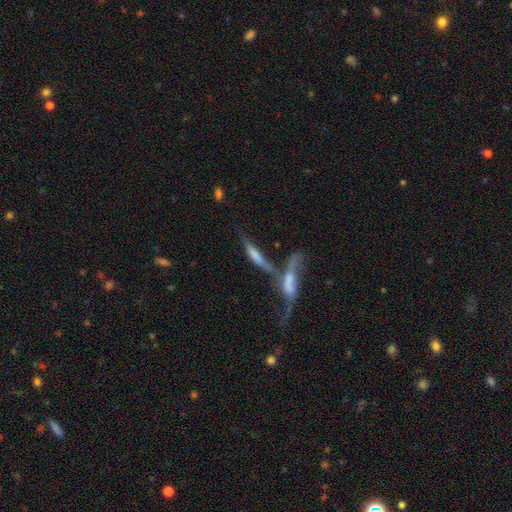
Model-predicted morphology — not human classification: This appears to be a smooth galaxy with no disk features (50%) that is cigar-shaped (73%). Merging: merger (70%).